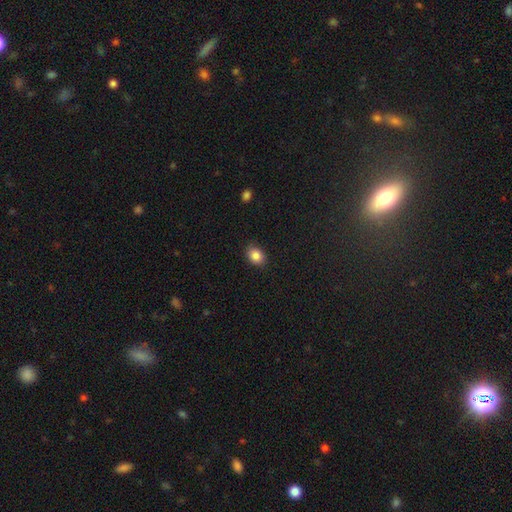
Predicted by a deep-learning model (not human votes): smooth_or_featured: smooth (p=0.85) [alt: star or artifact p=0.09]
how_rounded: in between (p=0.58) [alt: round p=0.41]
merging: none (p=0.81) [alt: minor disturbance p=0.15]